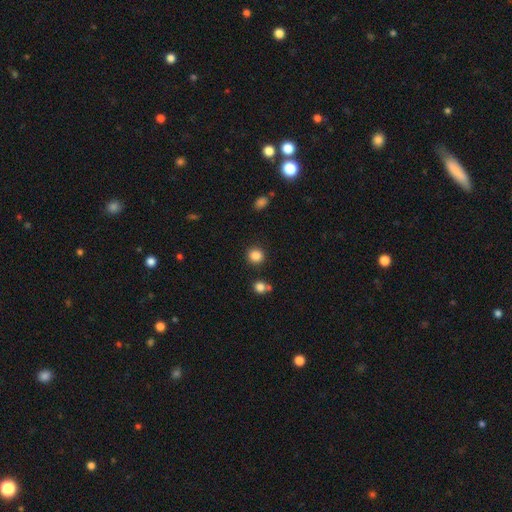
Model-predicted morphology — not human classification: Q: Smooth or featured?
A: smooth (85%); runner-up: star or artifact (11%)
Q: How rounded?
A: round (91%); runner-up: in between (8%)
Q: Merging?
A: none (88%); runner-up: minor disturbance (6%)